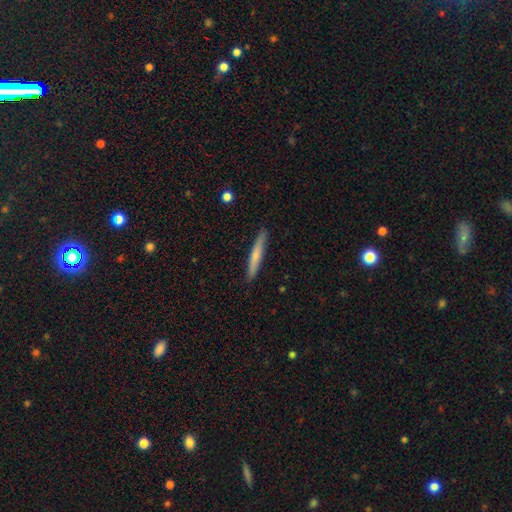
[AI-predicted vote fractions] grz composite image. It shows a smooth galaxy with no disk features (64%) that is cigar-shaped (95%). Merging: none (90%).